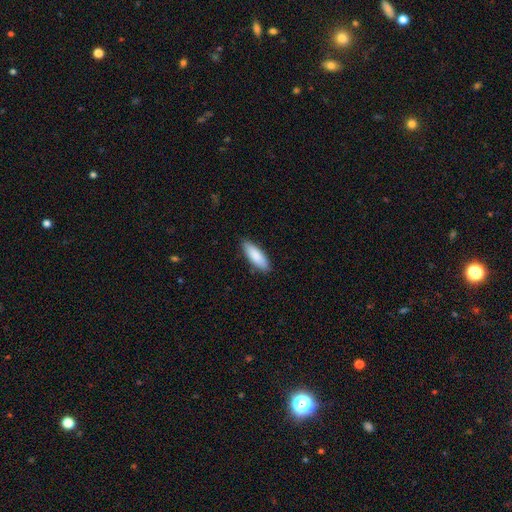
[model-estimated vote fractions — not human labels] smooth-or-featured: smooth: 87% | featured or disk: 8% | star or artifact: 5%
  how-rounded: in between: 60% | cigar-shaped: 38% | round: 2%
  merging: none: 86% | minor disturbance: 11% | major disturbance: 2% | merger: 1%